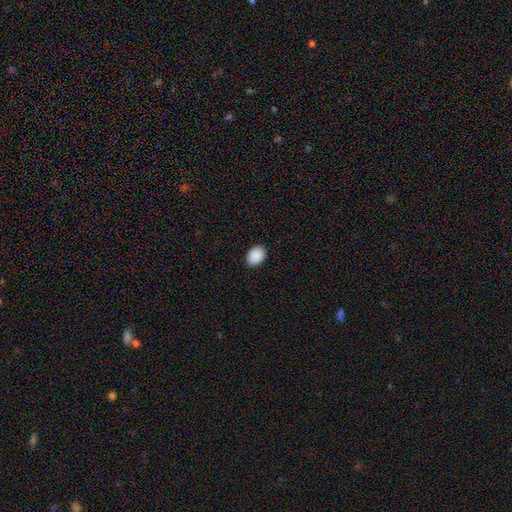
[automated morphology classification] The model was most divided on "how rounded": in between: 74%, round: 25%, cigar-shaped: 1%. More confident: smooth or featured — smooth (91%); merging — none (90%).